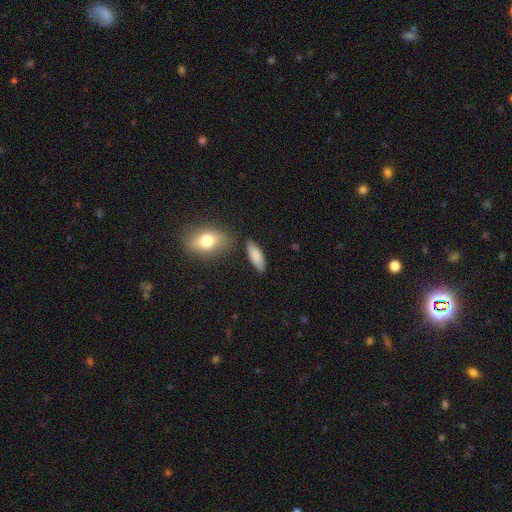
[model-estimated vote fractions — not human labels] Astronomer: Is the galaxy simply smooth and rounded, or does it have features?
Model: smooth — 85%.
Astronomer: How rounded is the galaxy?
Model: in between — 70%.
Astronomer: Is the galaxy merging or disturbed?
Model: none — 79%.